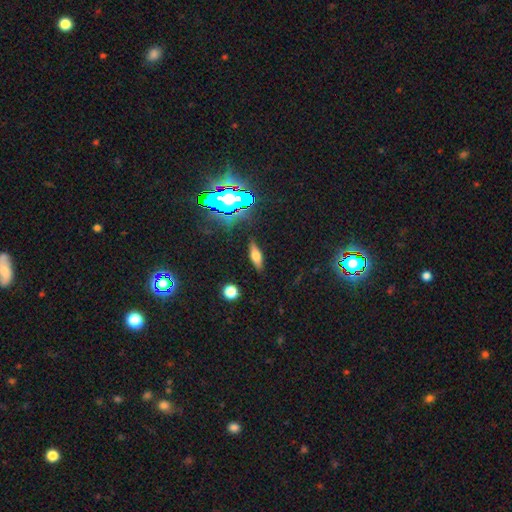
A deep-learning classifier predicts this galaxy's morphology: type=smooth (51%); roundness=in between (49%); merging=none (85%).